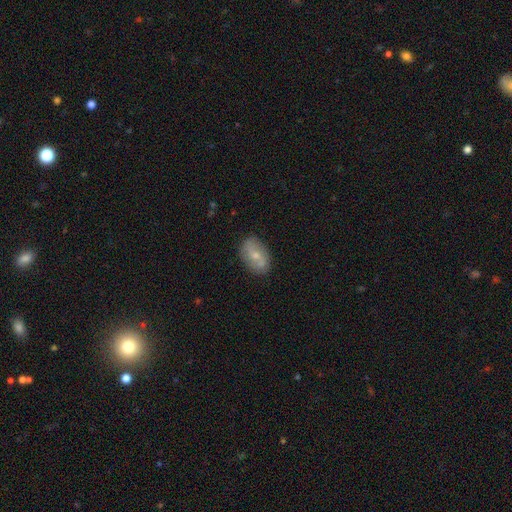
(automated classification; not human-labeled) Morphology: type=featured or disk (48%); merging=none (79%).